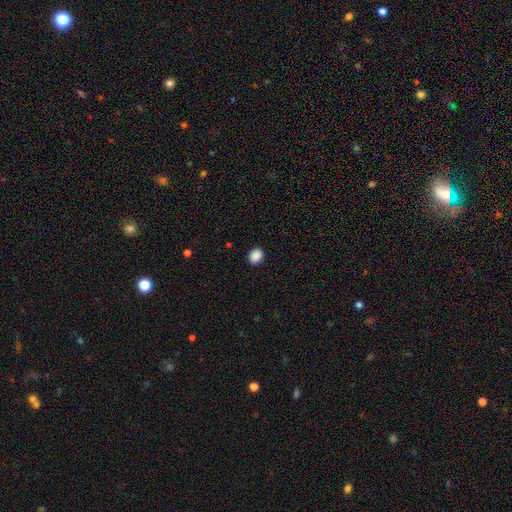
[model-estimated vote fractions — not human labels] A smooth galaxy with no disk features (89%) that is round (57%). Merging: none (91%).